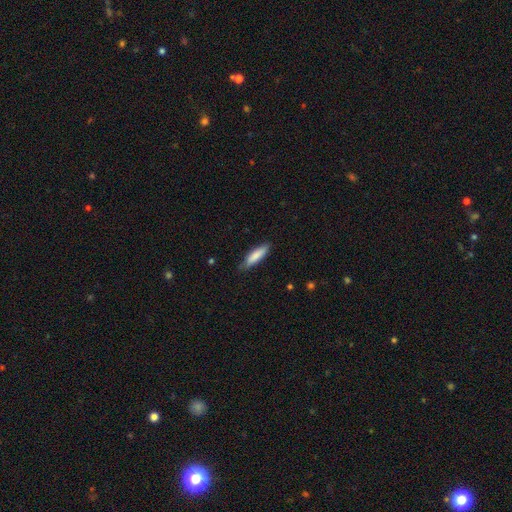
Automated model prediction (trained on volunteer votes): smooth-or-featured: smooth: 81% | featured or disk: 14% | star or artifact: 5%
  how-rounded: cigar-shaped: 69% | in between: 29% | round: 1%
  merging: none: 81% | minor disturbance: 15% | major disturbance: 2% | merger: 1%